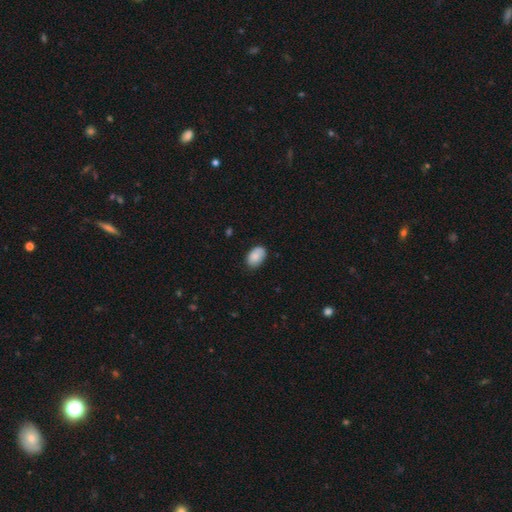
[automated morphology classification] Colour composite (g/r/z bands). It shows a smooth galaxy with no disk features (85%) that is in between round and cigar-shaped (89%). Merging: none (77%).